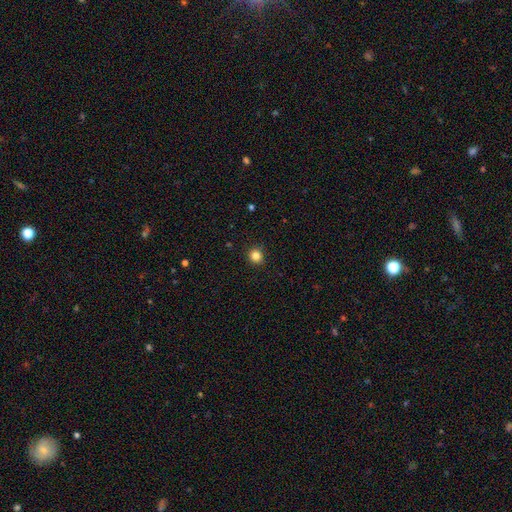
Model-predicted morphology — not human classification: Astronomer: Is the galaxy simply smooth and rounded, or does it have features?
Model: smooth — 84%.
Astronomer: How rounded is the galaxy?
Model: round — 90%.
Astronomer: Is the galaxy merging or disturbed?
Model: none — 91%.